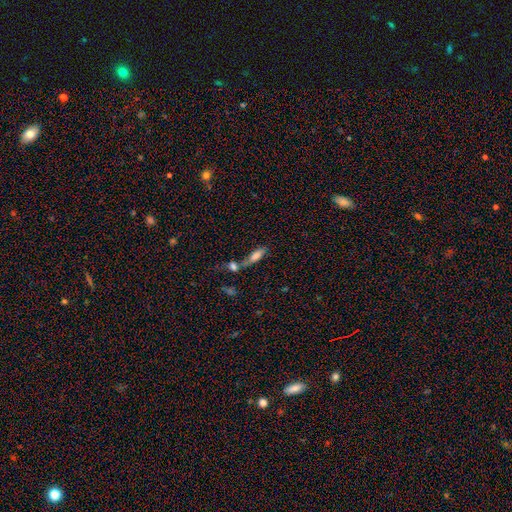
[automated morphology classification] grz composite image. It shows a smooth galaxy with no disk features (73%) that is in between round and cigar-shaped (60%). Merging: merger (50%).